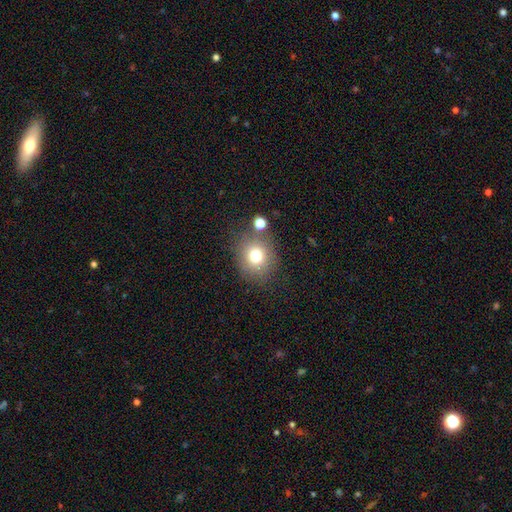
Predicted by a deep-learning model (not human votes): smooth 75%, star or artifact 14%, featured or disk 11%. Down the decision tree: how rounded — round (78%); merging — none (74%).